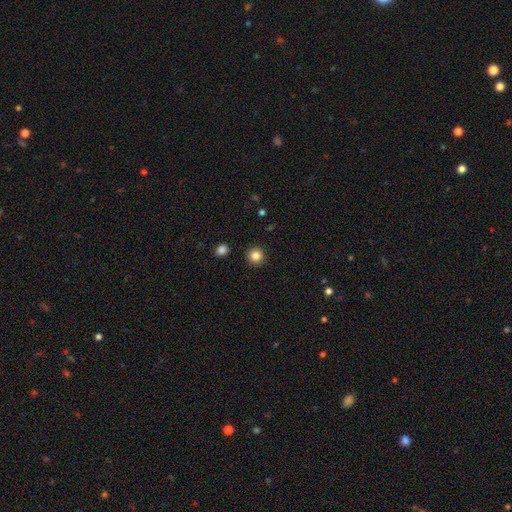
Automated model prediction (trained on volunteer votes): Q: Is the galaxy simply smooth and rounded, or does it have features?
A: smooth — 84%.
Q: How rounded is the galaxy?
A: round — 94%.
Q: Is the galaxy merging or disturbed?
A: none — 92%.